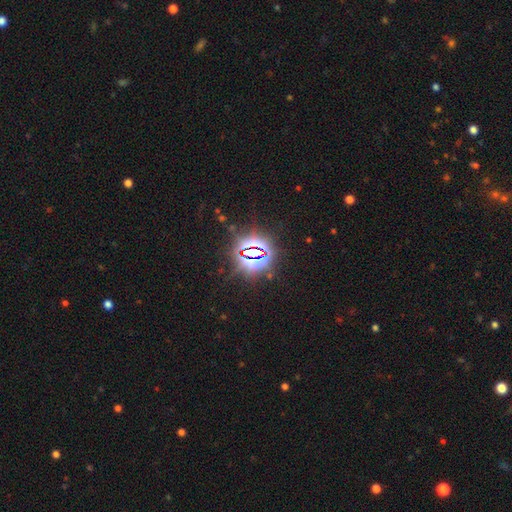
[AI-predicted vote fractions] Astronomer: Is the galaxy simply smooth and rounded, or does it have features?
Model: star or artifact — 82%.